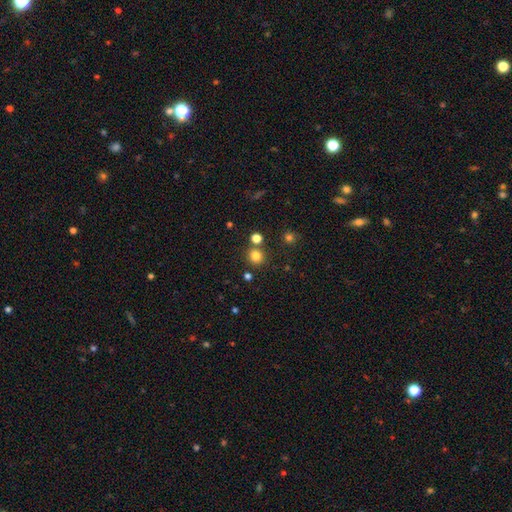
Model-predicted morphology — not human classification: smooth 79%, star or artifact 16%, featured or disk 5%. Down the decision tree: how rounded — round (88%); merging — none (79%).